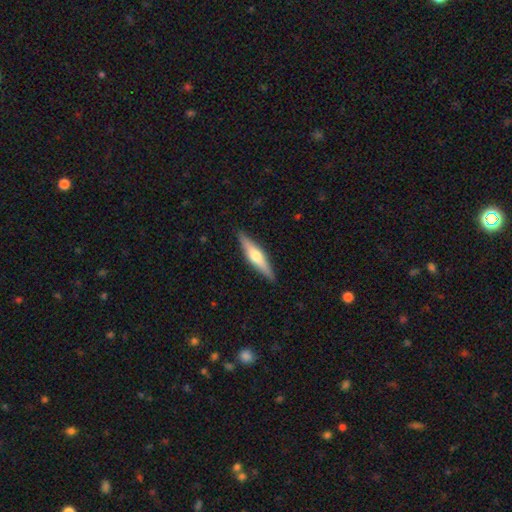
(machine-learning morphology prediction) Smooth or featured? Predicted: featured or disk (p=0.54). Edge-on disk? Predicted: yes (p=0.95). Edge-on bulge? Predicted: rounded (p=0.89). Merging? Predicted: none (p=0.89).